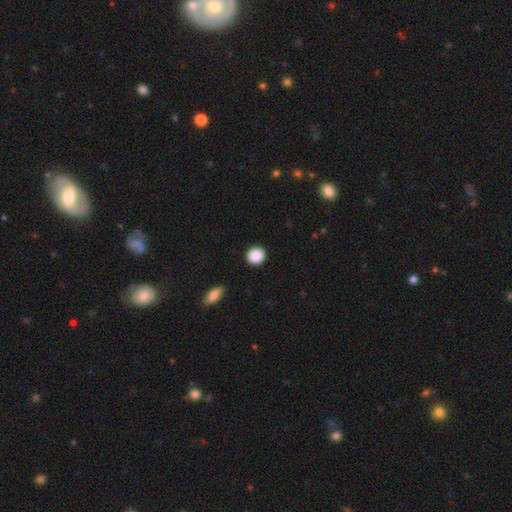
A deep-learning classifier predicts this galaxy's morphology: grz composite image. It shows a smooth galaxy with no disk features (90%) that is round (89%). Merging: none (92%).